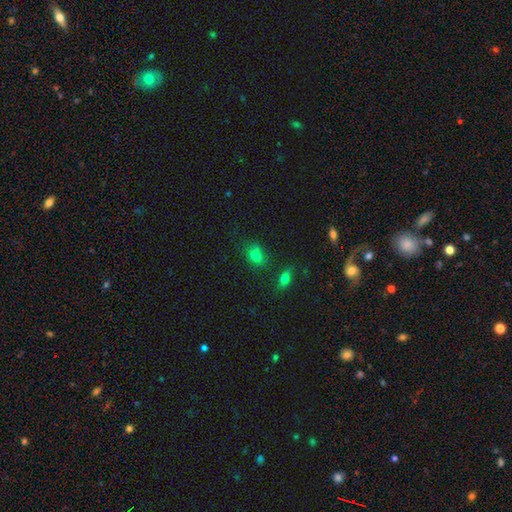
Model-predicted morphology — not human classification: Smooth or featured?
  - smooth: 76% *
  - star or artifact: 15%
  - featured or disk: 9%
How rounded?
  - in between: 60% *
  - round: 38%
  - cigar-shaped: 2%
Merging?
  - none: 66% *
  - minor disturbance: 17%
  - merger: 12%
  - major disturbance: 5%